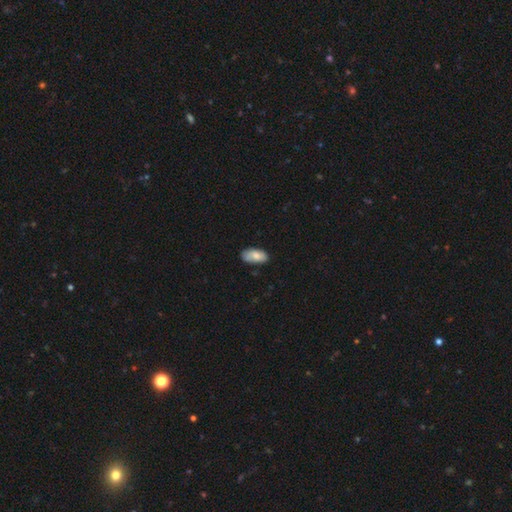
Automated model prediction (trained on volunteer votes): Q: Smooth or featured?
A: smooth (79%); runner-up: featured or disk (14%)
Q: How rounded?
A: in between (93%); runner-up: cigar-shaped (4%)
Q: Merging?
A: none (73%); runner-up: minor disturbance (22%)